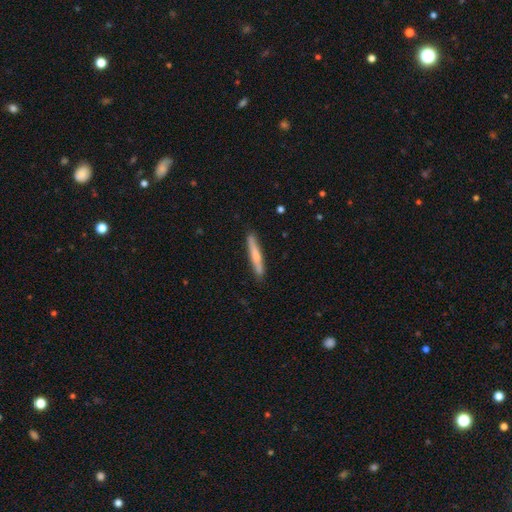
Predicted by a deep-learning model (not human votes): Smooth or featured?
  - smooth: 57% *
  - featured or disk: 37%
  - star or artifact: 5%
How rounded?
  - cigar-shaped: 95% *
  - in between: 4%
  - round: 1%
Merging?
  - none: 88% *
  - minor disturbance: 9%
  - major disturbance: 2%
  - merger: 1%